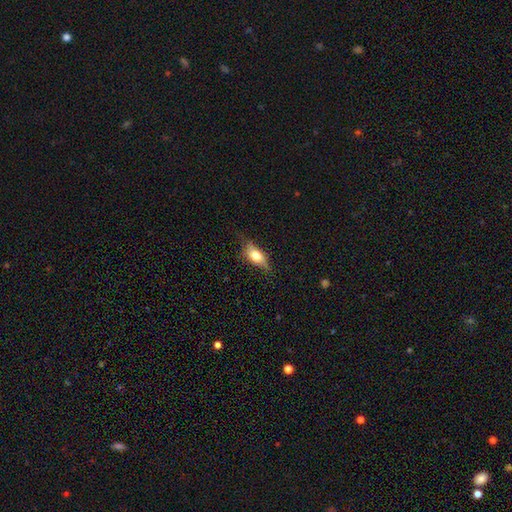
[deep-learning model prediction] smooth-or-featured: smooth: 62% | featured or disk: 30% | star or artifact: 8%
  how-rounded: in between: 78% | cigar-shaped: 15% | round: 7%
  merging: none: 63% | minor disturbance: 27% | major disturbance: 8% | merger: 2%